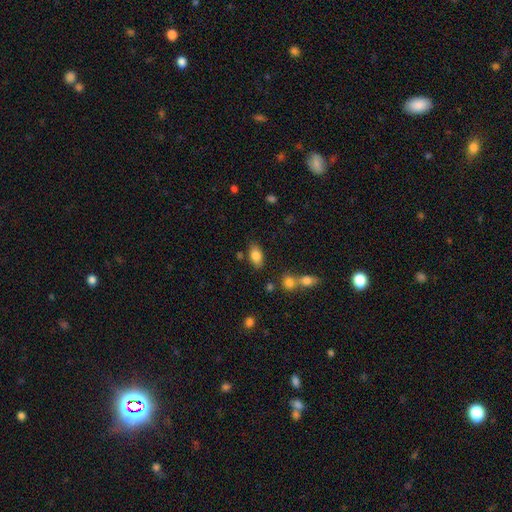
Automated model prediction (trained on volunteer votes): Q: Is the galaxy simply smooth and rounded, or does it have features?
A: smooth — 83%.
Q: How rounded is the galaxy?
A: in between — 90%.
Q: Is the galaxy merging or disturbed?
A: none — 77%.